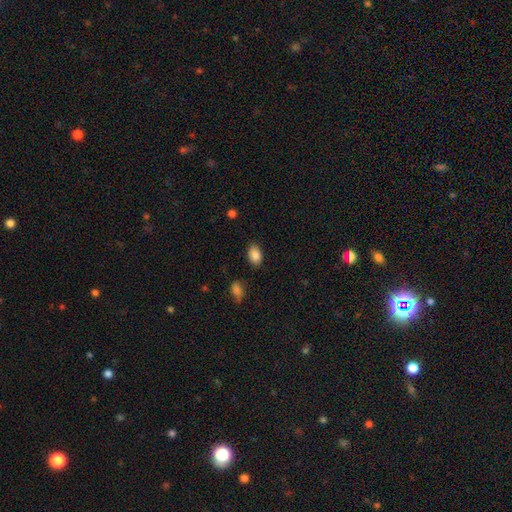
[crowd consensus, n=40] Smooth or featured? smooth (82%)
How rounded? in between (85%)
Merging? none (86%)